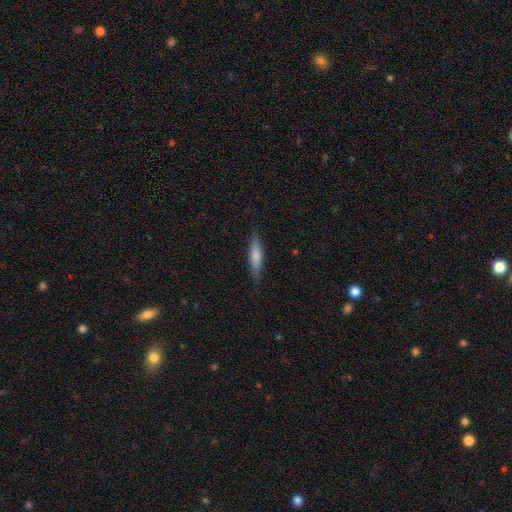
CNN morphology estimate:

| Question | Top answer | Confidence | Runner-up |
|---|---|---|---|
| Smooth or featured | smooth | 73% | featured or disk (22%) |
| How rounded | cigar-shaped | 80% | in between (19%) |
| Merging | none | 84% | minor disturbance (12%) |